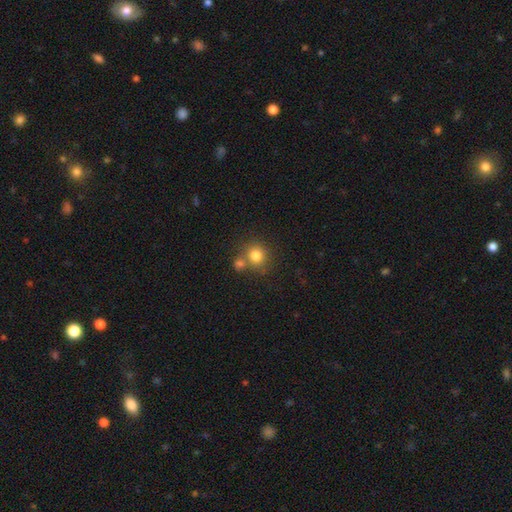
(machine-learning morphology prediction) Overall: smooth (81%). How rounded: round (87%). Merging: none (60%; merger 27%).